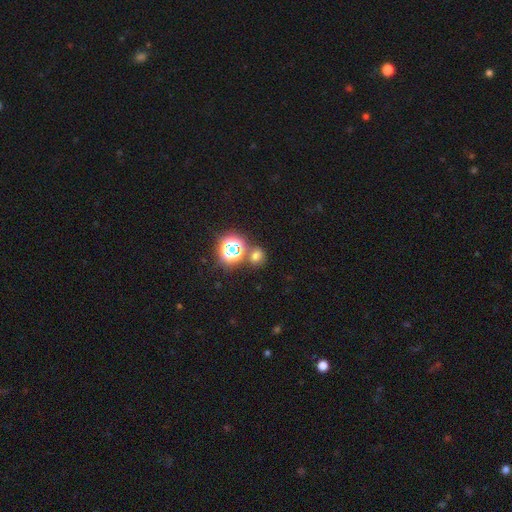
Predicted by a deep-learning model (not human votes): A smooth galaxy with no disk features (56%) that is round (68%).

Vote fractions:
- Smooth or featured? smooth: 56% / star or artifact: 36% / featured or disk: 8%
- How rounded? round: 68% / in between: 30% / cigar-shaped: 1%
- Merging? none: 70% / merger: 16% / minor disturbance: 10% / major disturbance: 4%